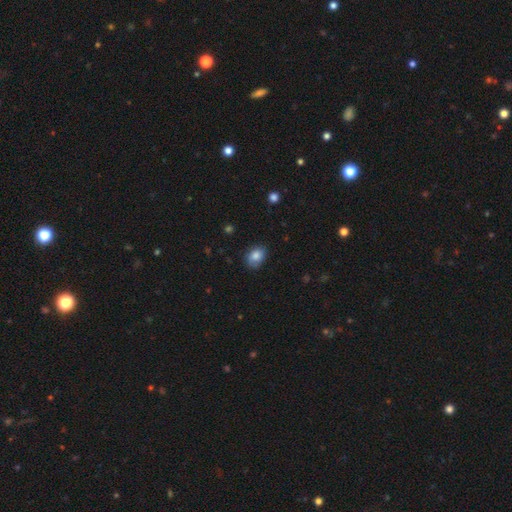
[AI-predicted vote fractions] This is clearly a smooth galaxy (83%). How rounded: likely in between (68%). Merging: likely none (77%).